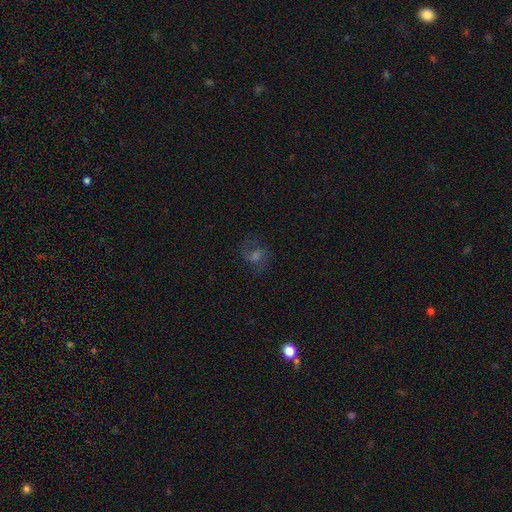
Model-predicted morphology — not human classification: A featured or disk galaxy (55%) with a weak bar (49%), spiral arms (88%) and a moderate central bulge (42%). Merging: none (72%).